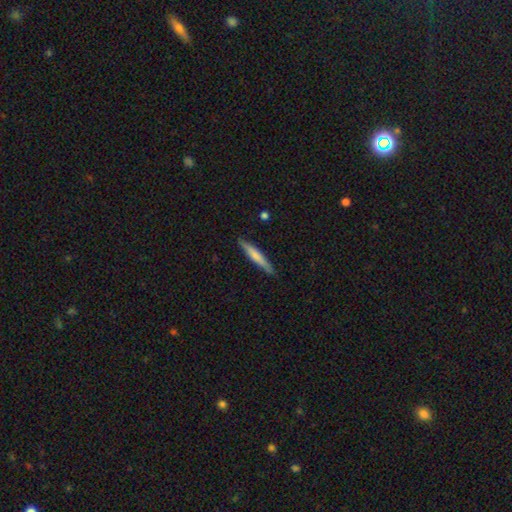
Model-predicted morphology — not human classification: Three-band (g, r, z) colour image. It shows a smooth galaxy with no disk features (63%) that is cigar-shaped (94%). Merging: none (88%).